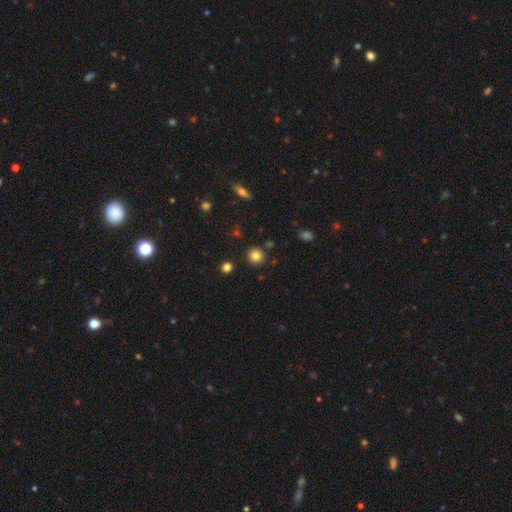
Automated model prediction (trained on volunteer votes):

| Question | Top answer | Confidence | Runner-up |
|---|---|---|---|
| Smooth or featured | smooth | 83% | star or artifact (12%) |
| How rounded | round | 92% | in between (7%) |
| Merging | none | 88% | minor disturbance (6%) |